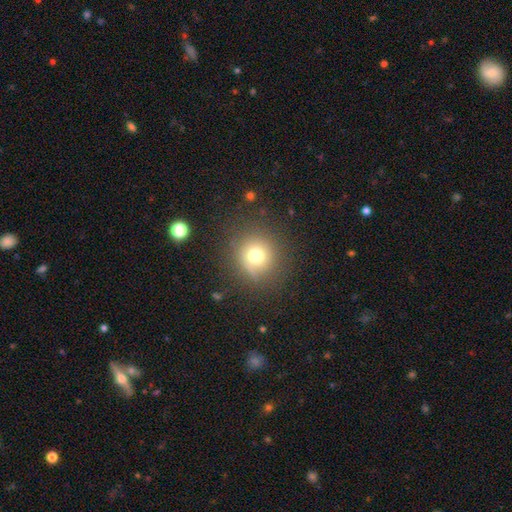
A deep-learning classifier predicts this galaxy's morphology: type=smooth (70%); roundness=round (92%); merging=none (81%).